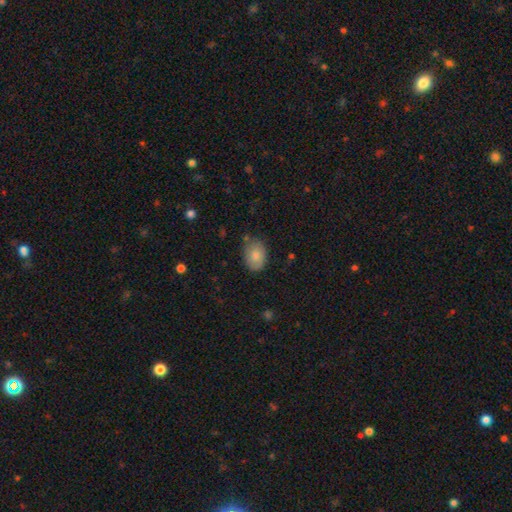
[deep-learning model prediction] Q: Smooth or featured?
A: smooth (82%); runner-up: featured or disk (11%)
Q: How rounded?
A: in between (76%); runner-up: round (23%)
Q: Merging?
A: none (75%); runner-up: minor disturbance (19%)